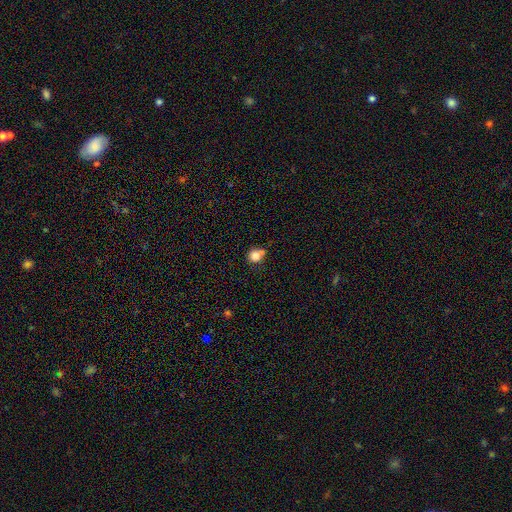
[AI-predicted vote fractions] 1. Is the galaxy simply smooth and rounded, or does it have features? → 82% smooth, 11% star or artifact, 7% featured or disk.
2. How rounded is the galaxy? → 84% round, 15% in between, 1% cigar-shaped.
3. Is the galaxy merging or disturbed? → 50% none, 25% merger, 18% minor disturbance, 7% major disturbance.